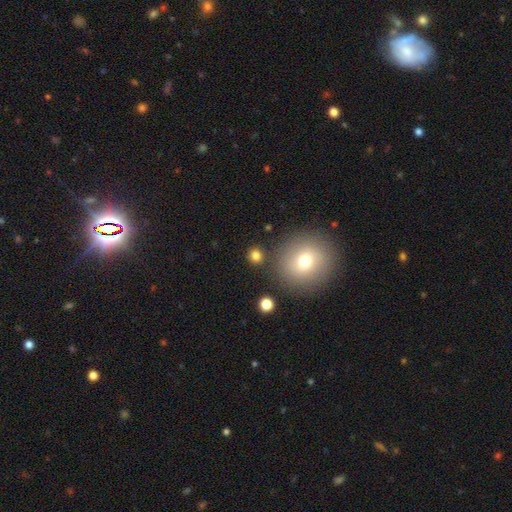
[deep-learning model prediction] The model was most divided on "smooth or featured": smooth: 81%, star or artifact: 13%, featured or disk: 6%. More confident: how rounded — round (88%); merging — none (85%).